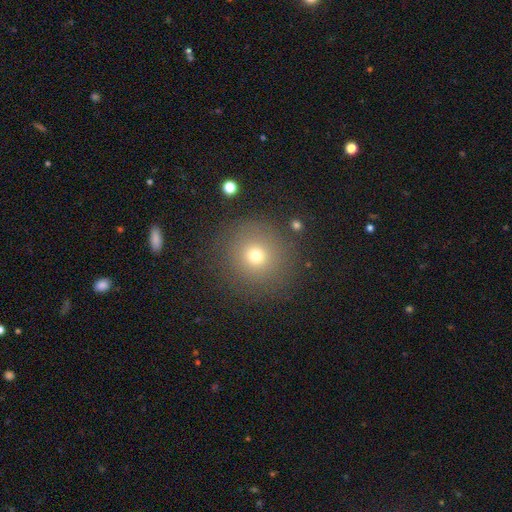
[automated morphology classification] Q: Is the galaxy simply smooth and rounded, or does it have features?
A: smooth — 70%.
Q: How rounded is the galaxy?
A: round — 93%.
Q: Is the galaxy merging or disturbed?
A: none — 86%.